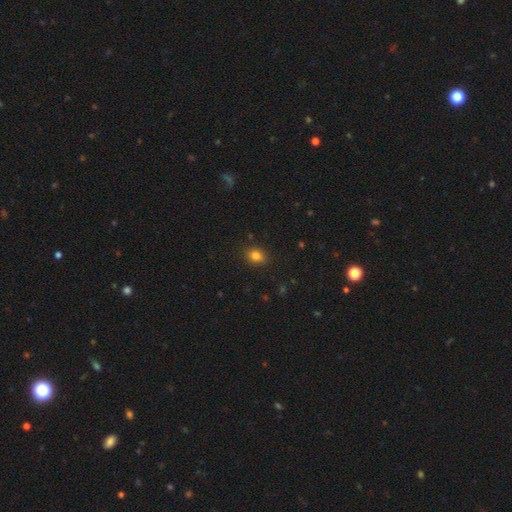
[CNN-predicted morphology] The model was most divided on "how rounded": in between: 59%, round: 40%, cigar-shaped: 1%. More confident: merging — none (87%); smooth or featured — smooth (82%).